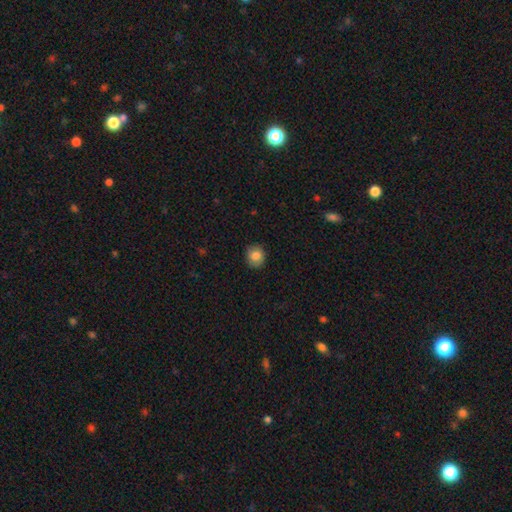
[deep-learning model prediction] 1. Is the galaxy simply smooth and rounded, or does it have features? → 85% smooth, 9% star or artifact, 7% featured or disk.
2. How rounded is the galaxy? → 71% round, 28% in between, 1% cigar-shaped.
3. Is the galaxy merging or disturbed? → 88% none, 9% minor disturbance, 2% major disturbance, 1% merger.